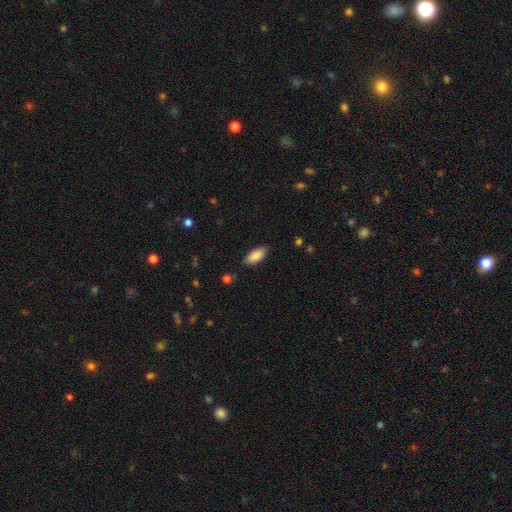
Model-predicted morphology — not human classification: This appears to be a smooth galaxy with no disk features (88%) that is in between round and cigar-shaped (87%). Merging: none (83%).